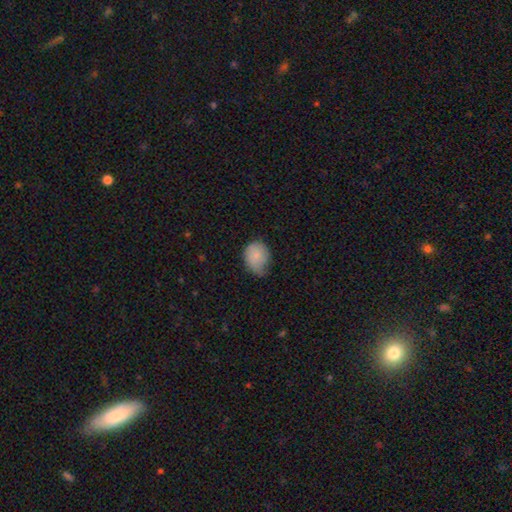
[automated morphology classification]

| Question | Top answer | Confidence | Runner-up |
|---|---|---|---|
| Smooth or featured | smooth | 82% | featured or disk (11%) |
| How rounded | round | 50% | tied: in between (50%) |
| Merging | minor disturbance | 46% | none (40%) |